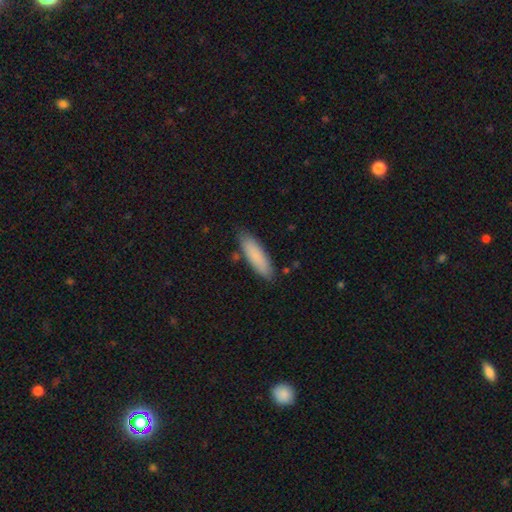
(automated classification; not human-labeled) The model was most divided on "how rounded": cigar-shaped: 58%, in between: 40%, round: 1%. More confident: smooth or featured — smooth (86%); merging — none (83%).